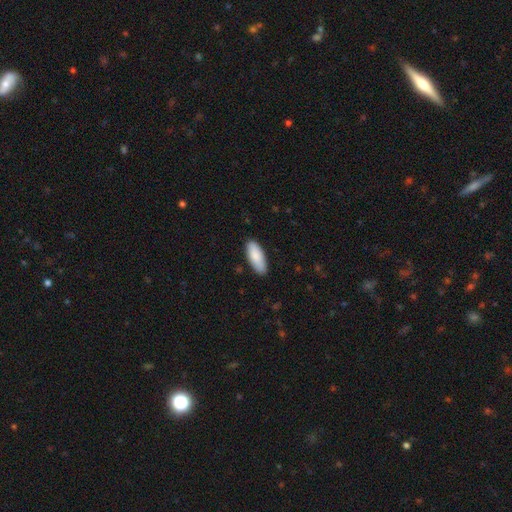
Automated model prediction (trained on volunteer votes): This appears to be a smooth galaxy with no disk features (87%) that is in between round and cigar-shaped (76%). Merging: none (87%).